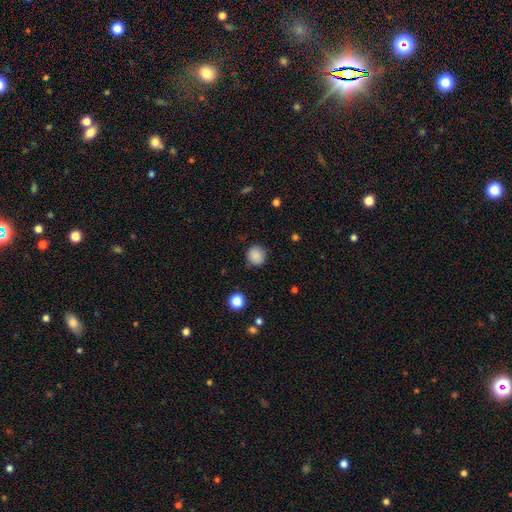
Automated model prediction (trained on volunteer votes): Smooth or featured? Predicted: smooth (p=0.86). How rounded? Predicted: round (p=0.91). Merging? Predicted: none (p=0.84).